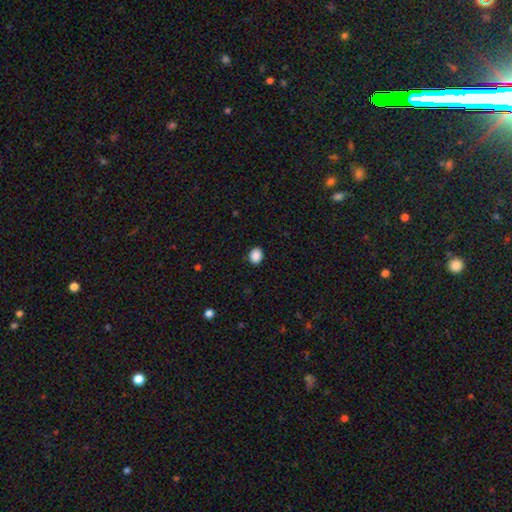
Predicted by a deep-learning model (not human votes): A smooth galaxy with no disk features (89%) that is in between round and cigar-shaped (51%).

Vote fractions:
- Smooth or featured? smooth: 89% / star or artifact: 9% / featured or disk: 2%
- How rounded? in between: 51% / round: 48% / cigar-shaped: 1%
- Merging? none: 89% / minor disturbance: 8% / major disturbance: 2% / merger: 1%